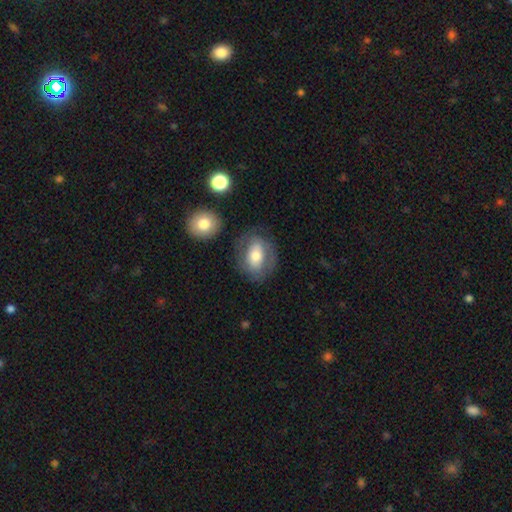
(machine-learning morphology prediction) Smooth or featured? Predicted: smooth (p=0.54). How rounded? Predicted: in between (p=0.66). Merging? Predicted: none (p=0.70).